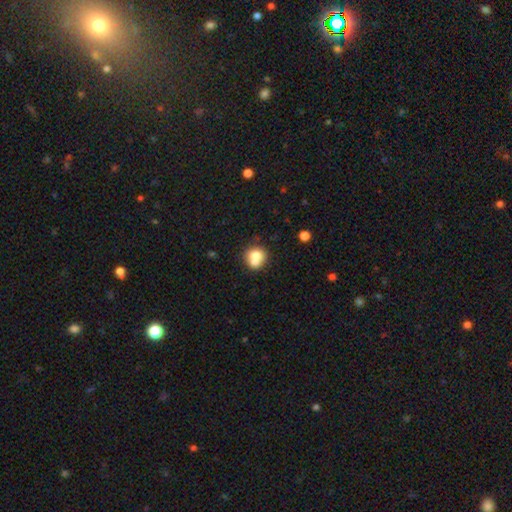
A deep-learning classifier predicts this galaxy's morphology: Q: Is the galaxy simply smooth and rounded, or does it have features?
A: smooth — 72%.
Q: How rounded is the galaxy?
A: round — 79%.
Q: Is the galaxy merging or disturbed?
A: merger — 48%.